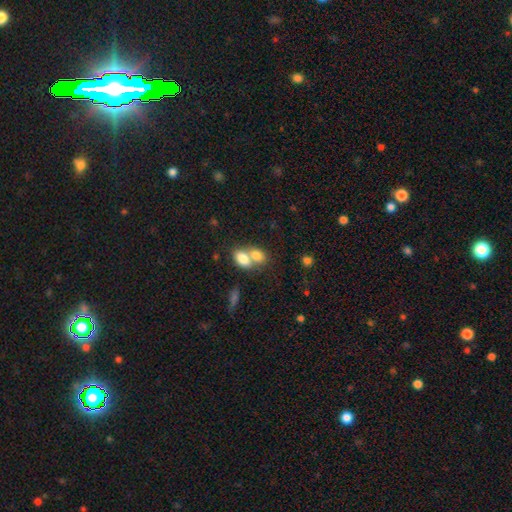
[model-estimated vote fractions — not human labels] Morphology: type=smooth (78%); roundness=in between (81%); merging=merger (67%).